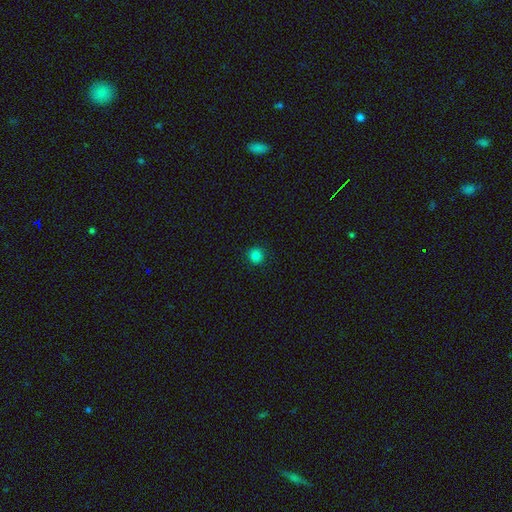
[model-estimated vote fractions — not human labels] This is clearly a smooth galaxy (84%). How rounded: clearly round (94%). Merging: clearly none (91%).